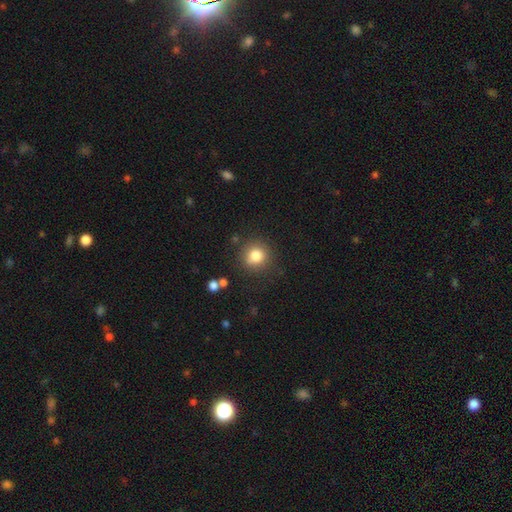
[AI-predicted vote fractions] Smooth or featured?
  - smooth: 82% *
  - star or artifact: 11%
  - featured or disk: 7%
How rounded?
  - round: 90% *
  - in between: 9%
  - cigar-shaped: 1%
Merging?
  - none: 83% *
  - minor disturbance: 10%
  - major disturbance: 4%
  - merger: 3%